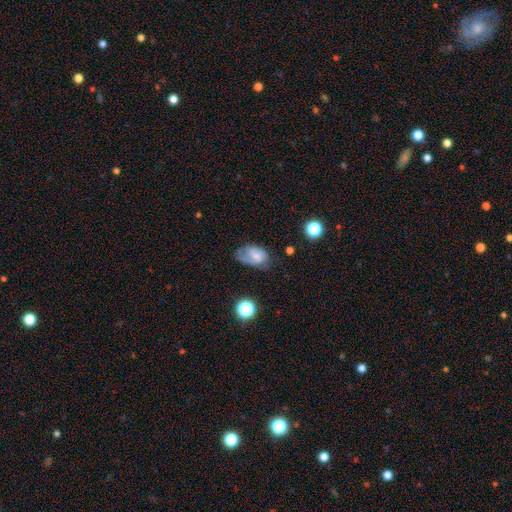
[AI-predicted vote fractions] This is possibly a smooth galaxy (56%). How rounded: clearly in between (85%). Merging: marginally none (44%).